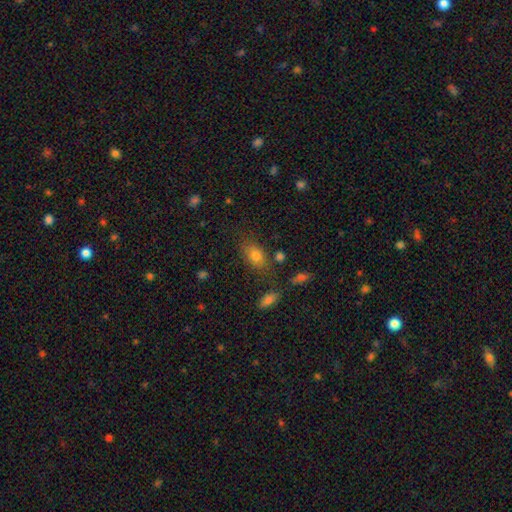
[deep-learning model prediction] Smooth or featured? Predicted: smooth (p=0.76). How rounded? Predicted: in between (p=0.83). Merging? Predicted: none (p=0.71).